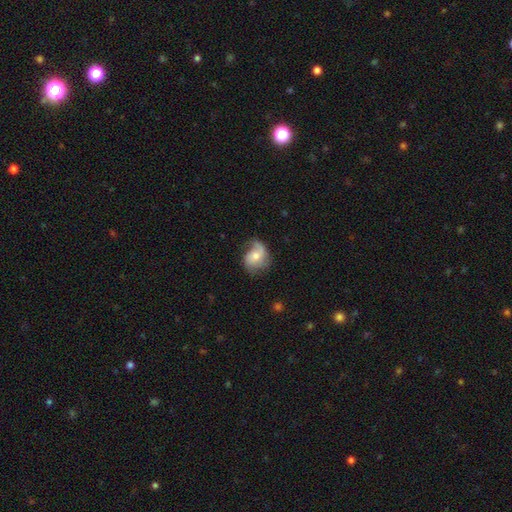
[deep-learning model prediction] smooth-or-featured: featured or disk: 56% | smooth: 36% | star or artifact: 7%
  disk-edge-on: no: 97% | yes: 3%
    bar: no: 68% | weak: 27% | strong: 6%
    has-spiral-arms: yes: 87% | no: 13%
    bulge-size: moderate: 54% | small: 37% | large: 5% | none: 3% | dominant: 1%
  merging: none: 50% | minor disturbance: 29% | major disturbance: 19% | merger: 2%